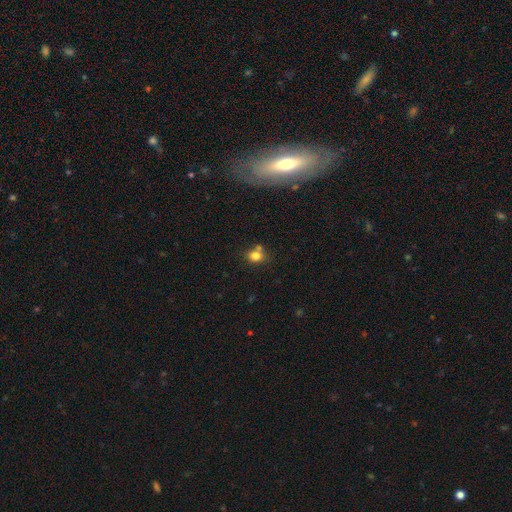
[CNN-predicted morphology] The model was most divided on "how rounded": round: 59%, in between: 40%, cigar-shaped: 1%. More confident: smooth or featured — smooth (78%); merging — none (60%).